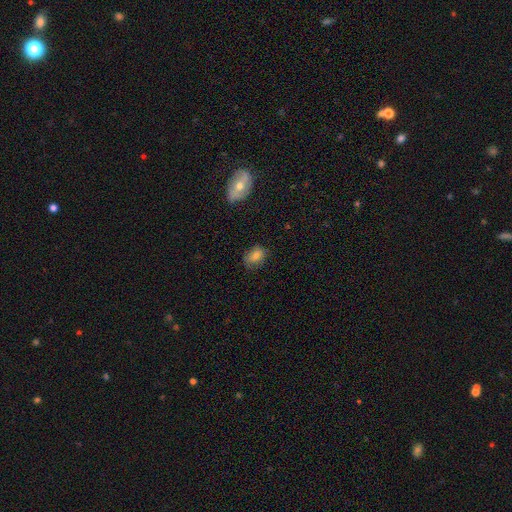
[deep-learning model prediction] A smooth galaxy with no disk features (74%) that is in between round and cigar-shaped (74%).

Vote fractions:
- Smooth or featured? smooth: 74% / featured or disk: 15% / star or artifact: 11%
- How rounded? in between: 74% / round: 25% / cigar-shaped: 2%
- Merging? none: 71% / minor disturbance: 22% / major disturbance: 5% / merger: 2%